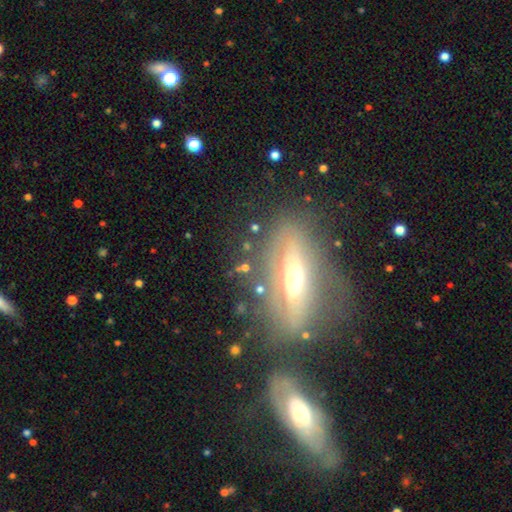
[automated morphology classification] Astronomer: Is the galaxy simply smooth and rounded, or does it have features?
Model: featured or disk — 64%.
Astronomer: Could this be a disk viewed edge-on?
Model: yes — 63%.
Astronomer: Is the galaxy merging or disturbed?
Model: none — 59%.